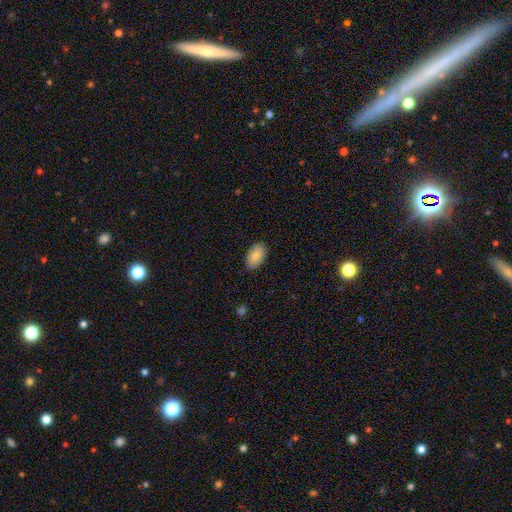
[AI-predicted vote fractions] This is clearly a smooth galaxy (83%). How rounded: clearly in between (93%). Merging: clearly none (87%).